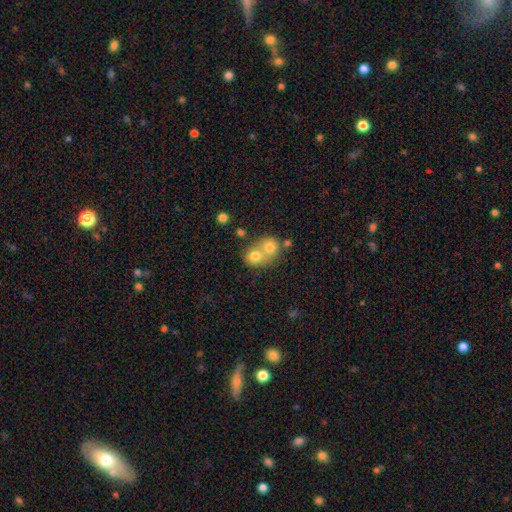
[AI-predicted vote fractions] This is likely a smooth galaxy (73%). How rounded: likely round (72%). Merging: likely merger (67%).